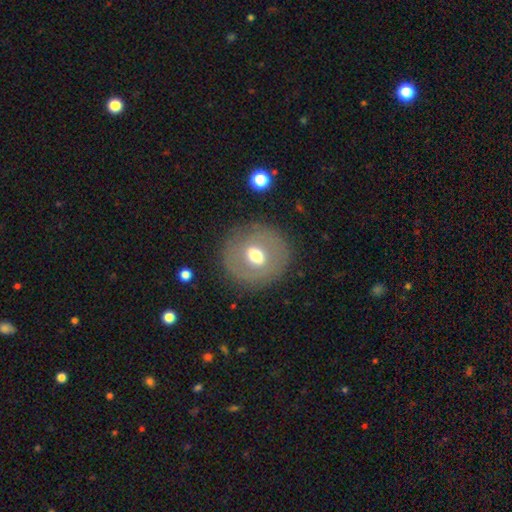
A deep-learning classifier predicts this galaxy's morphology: smooth 49%, featured or disk 42%, star or artifact 9%. Down the decision tree: merging — none (83%).